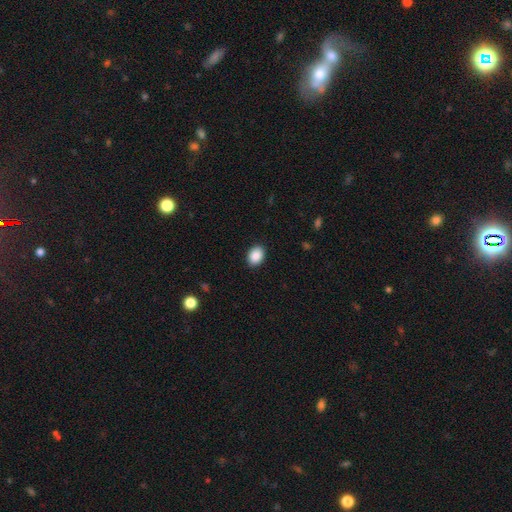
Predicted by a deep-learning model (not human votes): Morphology: type=smooth (89%); roundness=in between (71%); merging=none (90%).